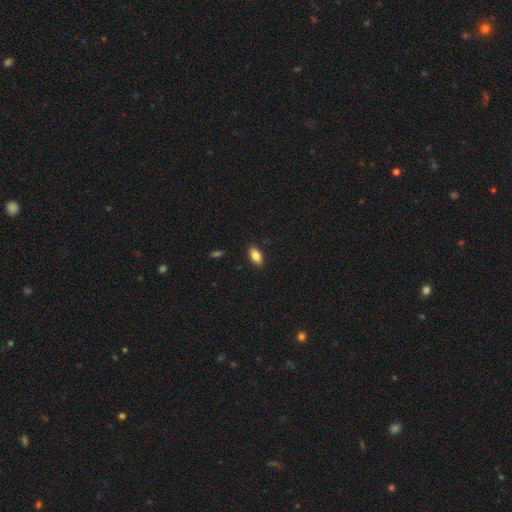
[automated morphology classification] Smooth or featured? Predicted: smooth (p=0.85). How rounded? Predicted: in between (p=0.91). Merging? Predicted: none (p=0.87).